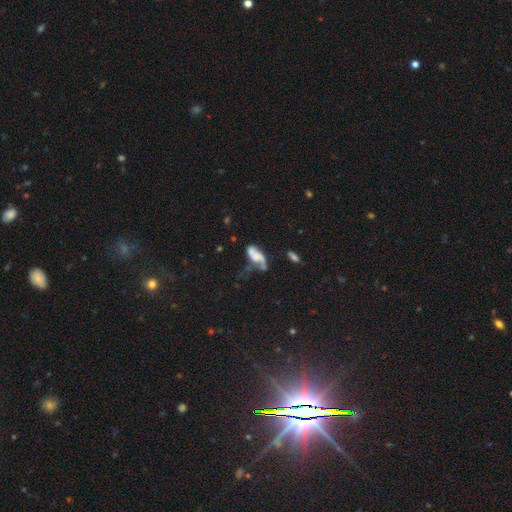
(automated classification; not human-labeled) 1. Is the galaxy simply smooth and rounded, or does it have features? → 50% featured or disk, 40% smooth, 11% star or artifact.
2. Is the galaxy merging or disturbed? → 35% major disturbance, 26% none, 23% minor disturbance, 16% merger.